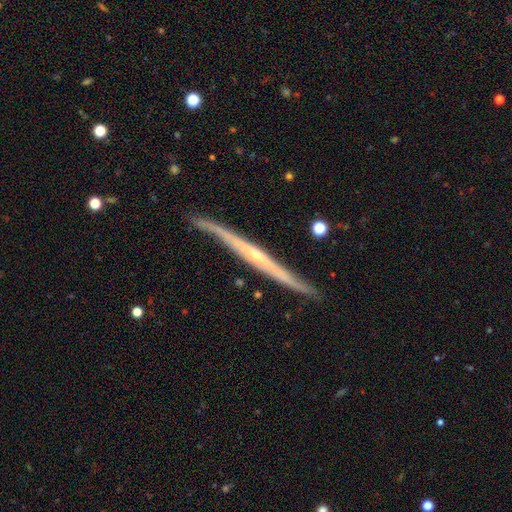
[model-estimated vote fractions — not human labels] Overall: featured or disk (79%). Edge-on disk: yes (96%). Edge-on bulge: none (53%; rounded 41%). Merging: none (80%).